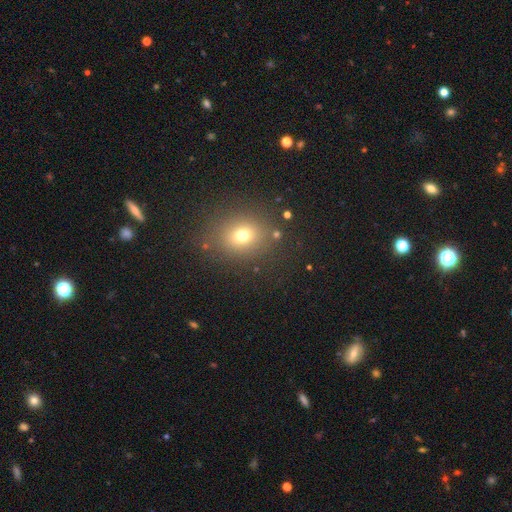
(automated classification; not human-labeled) The model was most divided on "how rounded": round: 60%, in between: 38%, cigar-shaped: 2%. More confident: merging — none (87%); smooth or featured — smooth (61%).